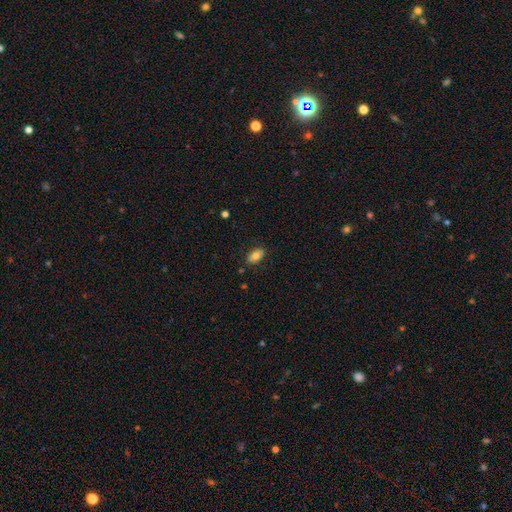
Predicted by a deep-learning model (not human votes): smooth_or_featured: smooth (p=0.77) [alt: featured or disk p=0.15]
how_rounded: in between (p=0.91) [alt: round p=0.07]
merging: none (p=0.85) [alt: minor disturbance p=0.11]